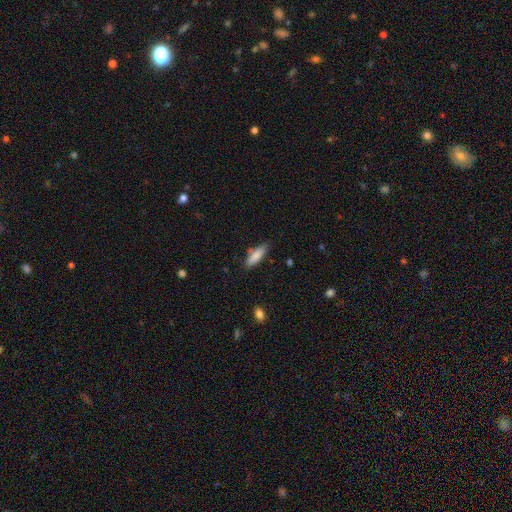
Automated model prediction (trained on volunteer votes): Smooth or featured: smooth — 84% (featured or disk — 10%)
How rounded: cigar-shaped — 52% (in between — 46%)
Merging: none — 78% (minor disturbance — 17%)